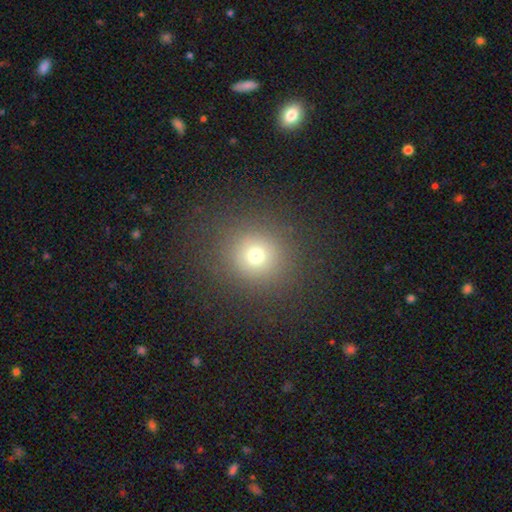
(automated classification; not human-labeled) Smooth or featured?
  - smooth: 71% *
  - star or artifact: 20%
  - featured or disk: 9%
How rounded?
  - round: 89% *
  - in between: 10%
  - cigar-shaped: 1%
Merging?
  - none: 87% *
  - minor disturbance: 7%
  - major disturbance: 4%
  - merger: 1%